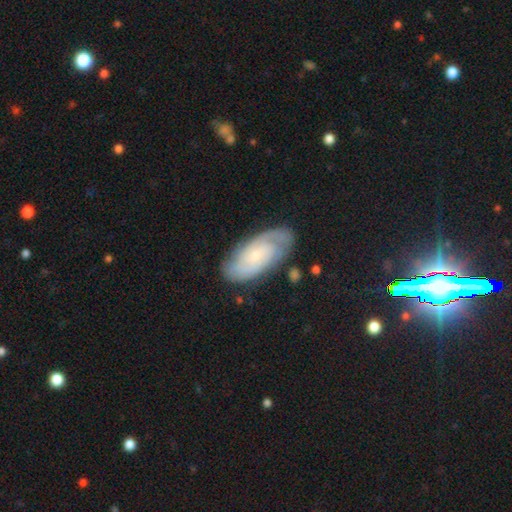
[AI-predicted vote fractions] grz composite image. It shows a featured or disk galaxy (71%) with no bar (70%), 2 (49%) tight (59%) spiral arms (92%) and a small central bulge (76%). Merging: none (77%).